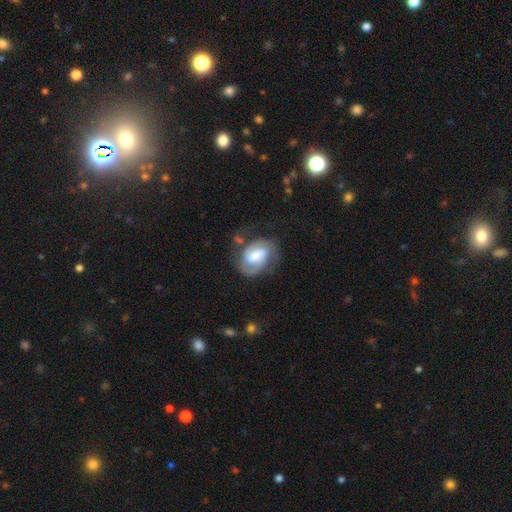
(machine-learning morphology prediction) Smooth or featured? featured or disk (75%)
Edge-on disk? no (97%)
Bar? weak (50%)
Spiral arms? yes (92%)
Spiral winding? medium (47%)
Spiral arm count? 2 (77%)
Bulge size? moderate (52%)
Merging? none (60%)